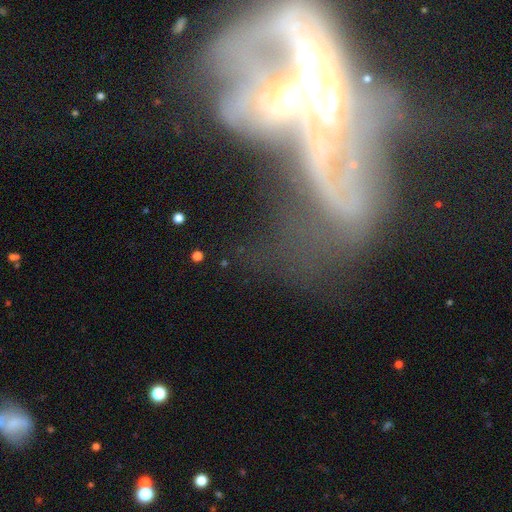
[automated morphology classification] A featured or disk galaxy (61%).

Vote fractions:
- Smooth or featured? featured or disk: 61% / smooth: 20% / star or artifact: 19%
- Edge-on disk? no: 77% / yes: 23%
- Merging? merger: 34% / major disturbance: 31% / none: 22% / minor disturbance: 13%